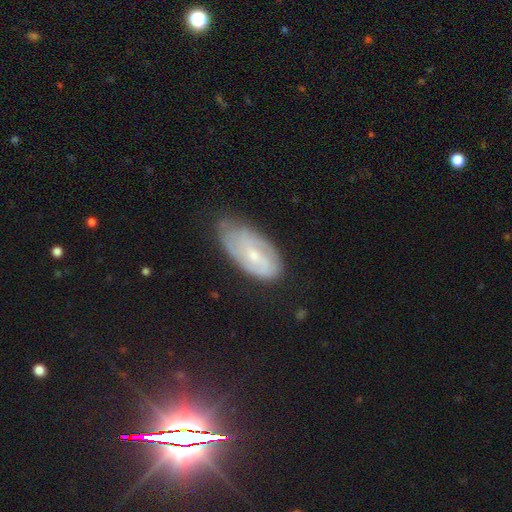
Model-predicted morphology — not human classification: A featured or disk galaxy (53%).

Vote fractions:
- Smooth or featured? featured or disk: 53% / smooth: 31% / star or artifact: 16%
- Edge-on disk? no: 89% / yes: 11%
- Merging? none: 63% / minor disturbance: 28% / major disturbance: 7% / merger: 2%